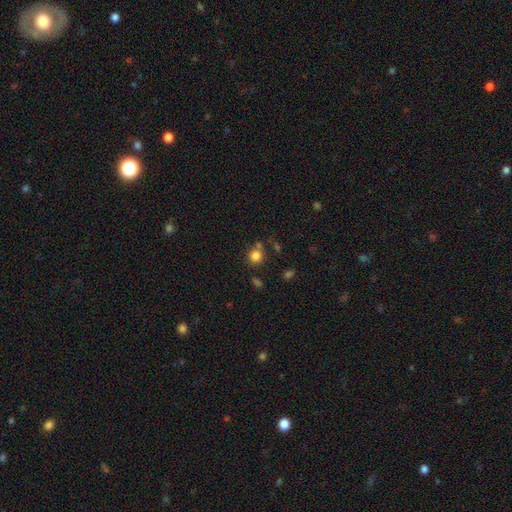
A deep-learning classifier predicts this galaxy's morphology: Smooth or featured?
  - smooth: 82% *
  - star or artifact: 12%
  - featured or disk: 6%
How rounded?
  - round: 85% *
  - in between: 14%
  - cigar-shaped: 1%
Merging?
  - none: 69% *
  - merger: 14%
  - minor disturbance: 12%
  - major disturbance: 4%